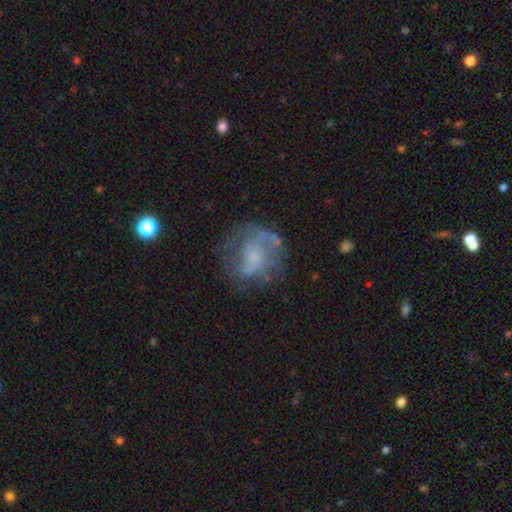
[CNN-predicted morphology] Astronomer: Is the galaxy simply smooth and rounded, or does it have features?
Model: featured or disk — 61%.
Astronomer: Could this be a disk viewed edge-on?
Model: no — 97%.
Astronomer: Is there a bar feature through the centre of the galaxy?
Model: no — 61%.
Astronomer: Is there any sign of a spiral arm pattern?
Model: yes — 70%.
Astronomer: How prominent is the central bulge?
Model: small — 45% (runner-up: none, 26%).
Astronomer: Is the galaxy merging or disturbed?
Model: none — 62%.